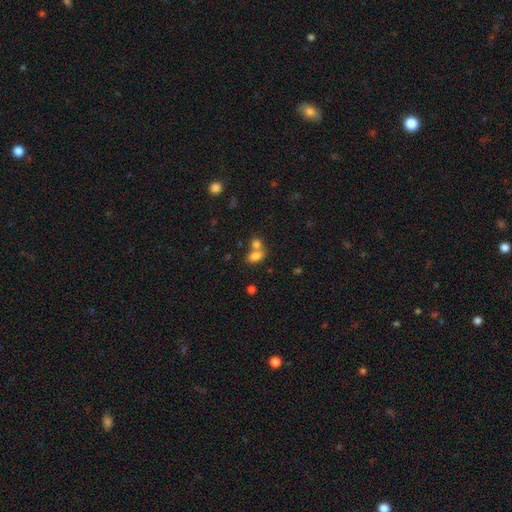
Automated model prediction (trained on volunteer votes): Overall: smooth (80%). How rounded: in between (82%). Merging: merger (52%; none 36%).